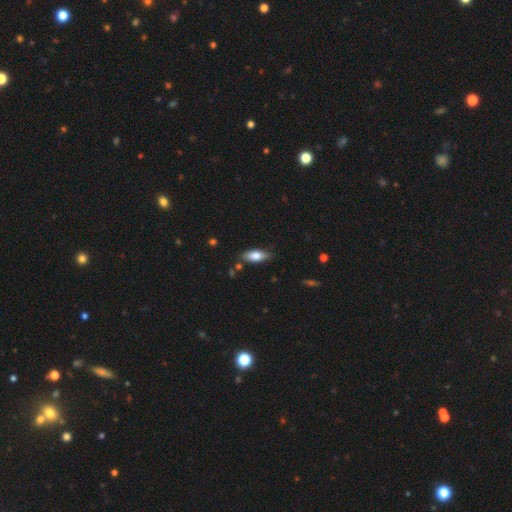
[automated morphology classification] Smooth or featured: smooth — 74% (featured or disk — 19%)
How rounded: in between — 78% (cigar-shaped — 19%)
Merging: none — 79% (minor disturbance — 15%)